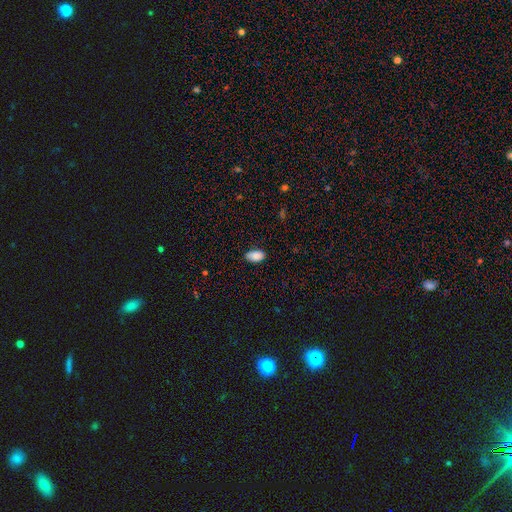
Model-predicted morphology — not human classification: Smooth or featured?
  - smooth: 88% *
  - star or artifact: 7%
  - featured or disk: 4%
How rounded?
  - in between: 94% *
  - round: 3%
  - cigar-shaped: 2%
Merging?
  - none: 82% *
  - minor disturbance: 14%
  - major disturbance: 2%
  - merger: 1%